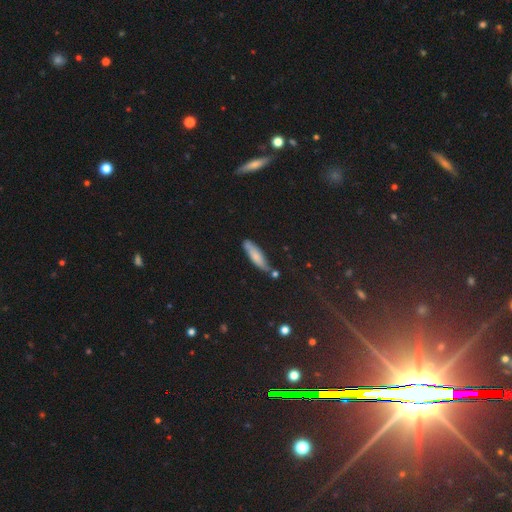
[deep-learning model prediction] Overall: smooth (71%). How rounded: cigar-shaped (68%; in between 30%). Merging: none (71%).